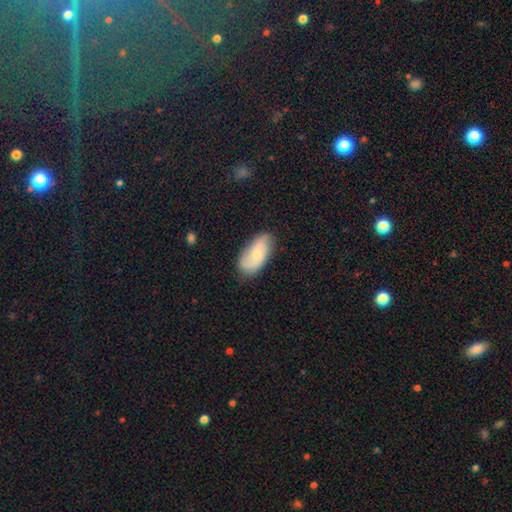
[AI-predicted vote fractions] The model was most divided on "smooth or featured": smooth: 50%, featured or disk: 43%, star or artifact: 7%. More confident: how rounded — in between (92%); merging — none (76%).